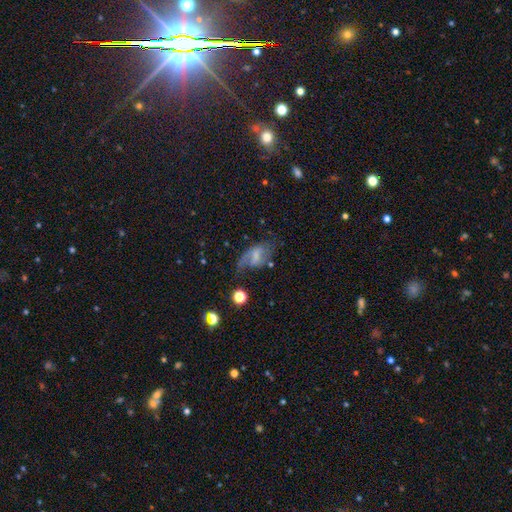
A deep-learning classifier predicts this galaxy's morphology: This appears to be a featured or disk galaxy (61%) with a weak bar (49%), spiral arms (82%) and no central bulge (36%). Merging: none (47%).